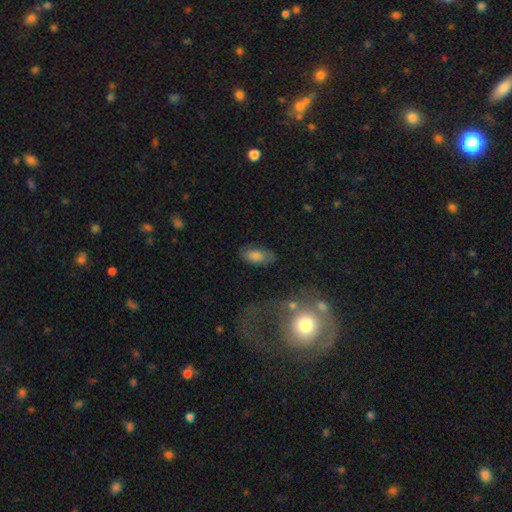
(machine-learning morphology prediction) Smooth or featured? Predicted: smooth (p=0.72). How rounded? Predicted: in between (p=0.91). Merging? Predicted: none (p=0.76).